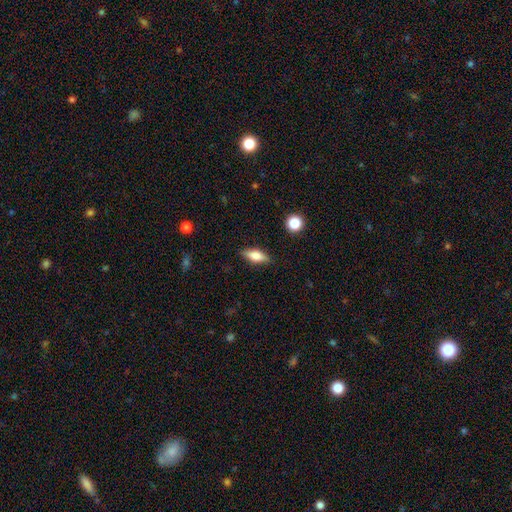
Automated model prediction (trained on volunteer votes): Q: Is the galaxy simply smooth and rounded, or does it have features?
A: smooth — 64%.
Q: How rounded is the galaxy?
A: in between — 68%.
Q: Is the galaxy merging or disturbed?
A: none — 84%.